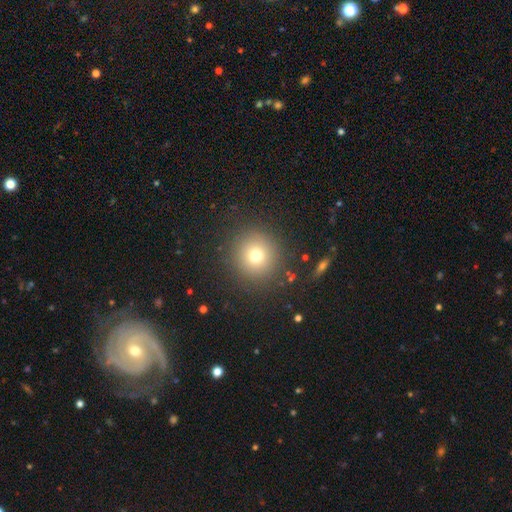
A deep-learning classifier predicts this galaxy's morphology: Overall: smooth (72%). How rounded: round (94%). Merging: none (88%).